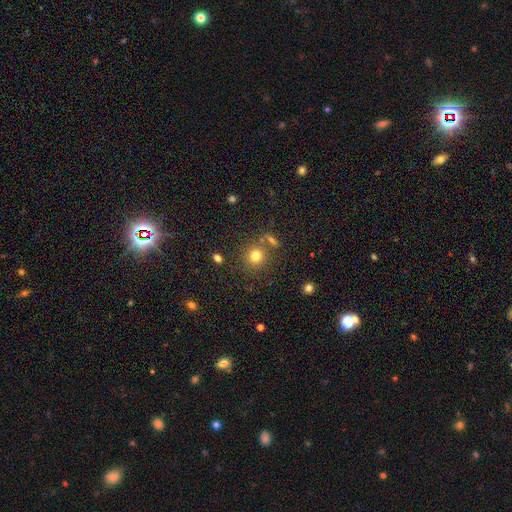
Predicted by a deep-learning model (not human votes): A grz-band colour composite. It shows a smooth galaxy with no disk features (77%) that is round (90%). Merging: none (76%).